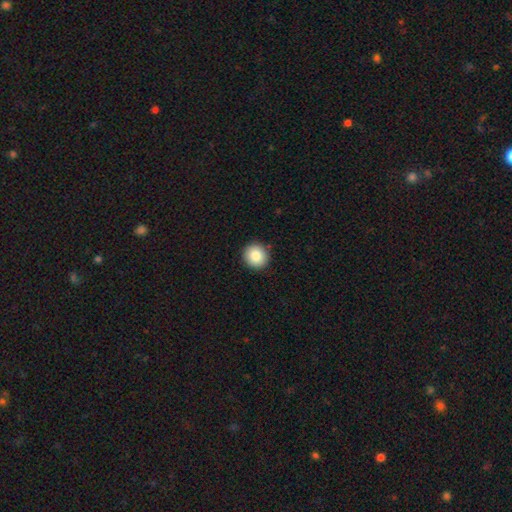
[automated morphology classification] smooth_or_featured: smooth (p=0.87) [alt: star or artifact p=0.08]
how_rounded: round (p=0.88) [alt: in between p=0.11]
merging: none (p=0.91) [alt: minor disturbance p=0.07]